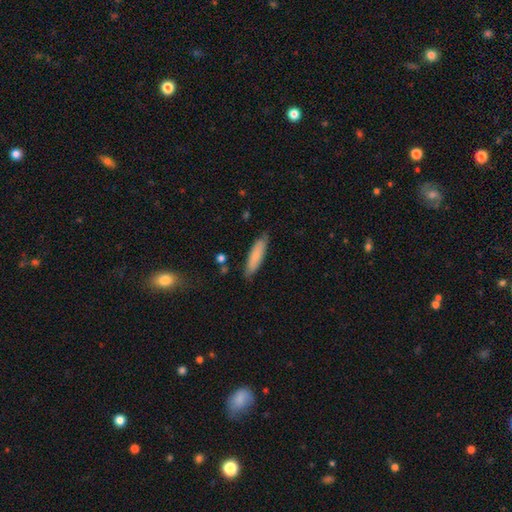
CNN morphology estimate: Overall: smooth (76%). How rounded: cigar-shaped (67%; in between 32%). Merging: none (82%).